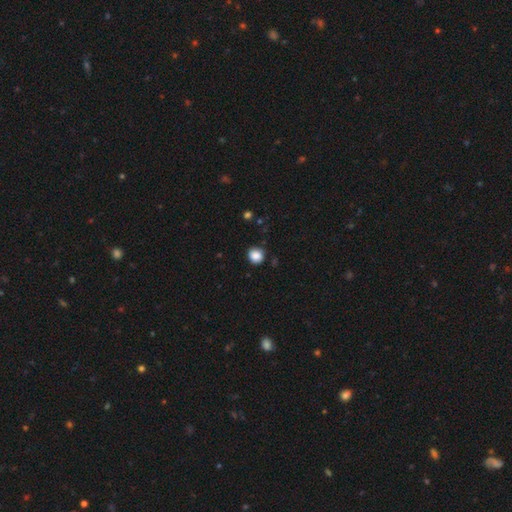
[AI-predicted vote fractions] smooth 87%, star or artifact 9%, featured or disk 3%. Down the decision tree: how rounded — round (83%); merging — none (85%).